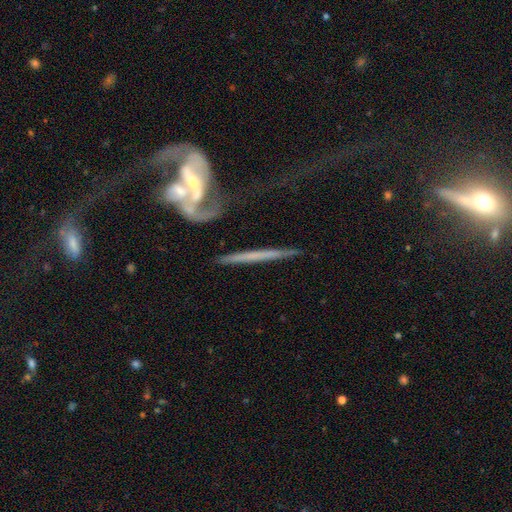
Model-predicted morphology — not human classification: A featured or disk galaxy (71%) viewed edge-on (66%). Merging: none (41%).